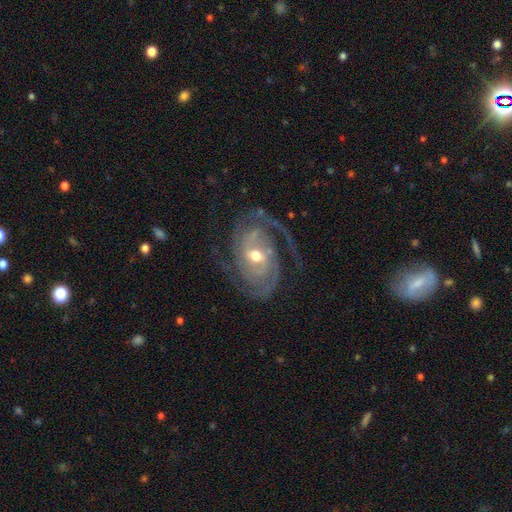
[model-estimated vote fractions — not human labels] A featured or disk galaxy (90%) with a weak bar (46%), 2 (64%) tight (44%) spiral arms (97%) and a moderate central bulge (67%). Merging: none (68%).